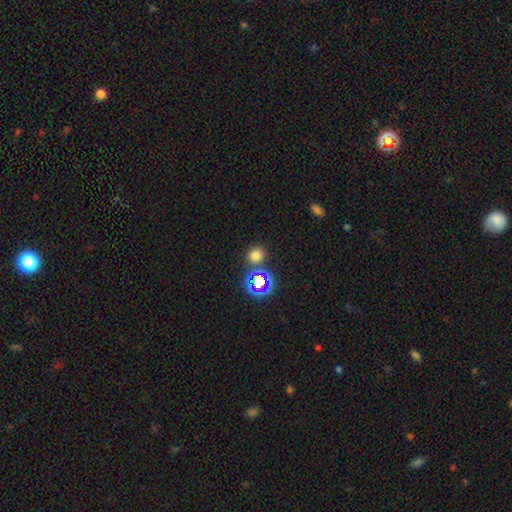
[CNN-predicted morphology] smooth_or_featured: smooth (p=0.69) [alt: star or artifact p=0.25]
how_rounded: round (p=0.80) [alt: in between p=0.19]
merging: none (p=0.80) [alt: merger p=0.09]